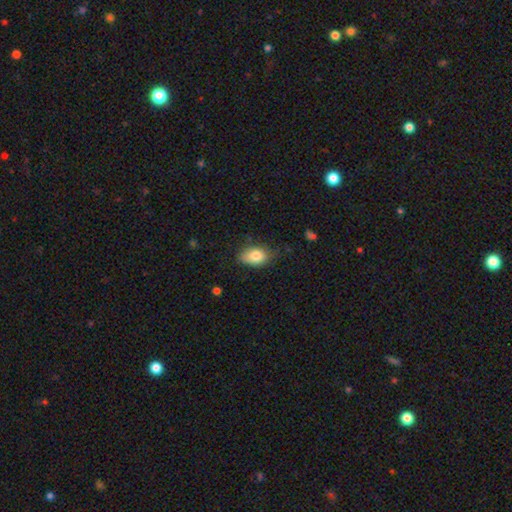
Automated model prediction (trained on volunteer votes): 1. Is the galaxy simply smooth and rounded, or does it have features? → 80% smooth, 12% featured or disk, 8% star or artifact.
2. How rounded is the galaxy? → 86% in between, 12% round, 2% cigar-shaped.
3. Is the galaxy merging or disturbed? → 66% none, 27% minor disturbance, 5% major disturbance, 2% merger.